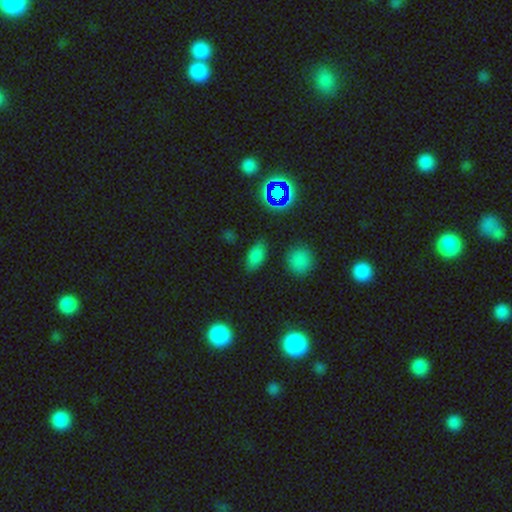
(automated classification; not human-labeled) smooth_or_featured: smooth (p=0.76) [alt: star or artifact p=0.17]
how_rounded: in between (p=0.89) [alt: round p=0.07]
merging: none (p=0.82) [alt: minor disturbance p=0.12]